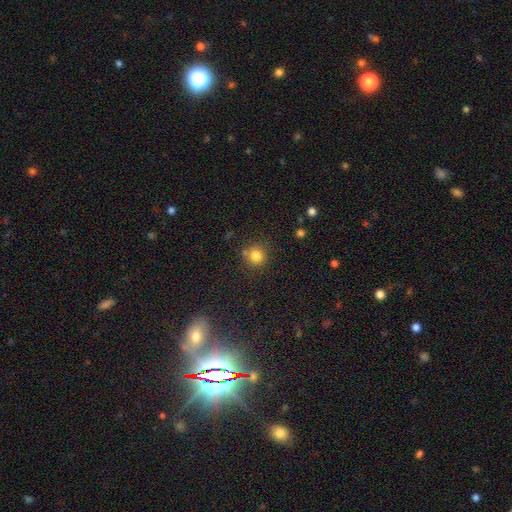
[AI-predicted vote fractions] A smooth galaxy with no disk features (82%) that is round (90%). Merging: none (77%).